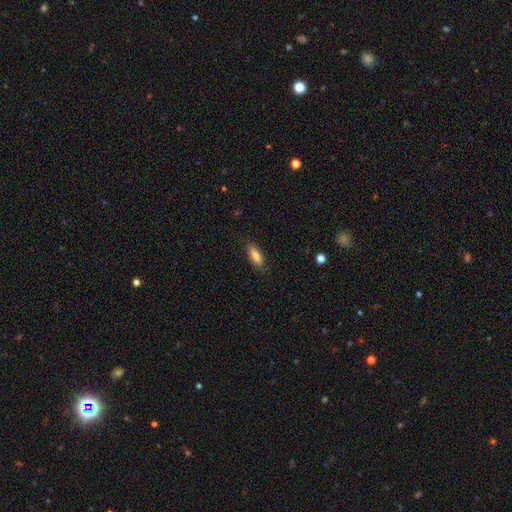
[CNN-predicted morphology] smooth_or_featured: smooth (p=0.81) [alt: featured or disk p=0.13]
how_rounded: in between (p=0.68) [alt: cigar-shaped p=0.30]
merging: none (p=0.86) [alt: minor disturbance p=0.11]